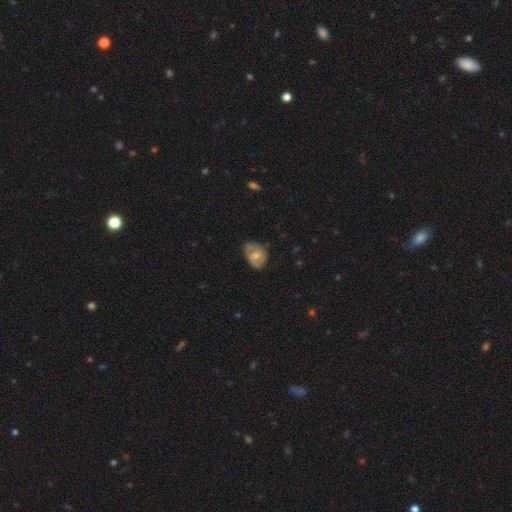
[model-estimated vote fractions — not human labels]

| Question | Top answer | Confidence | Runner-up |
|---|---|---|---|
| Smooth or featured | smooth | 47% | featured or disk (46%) |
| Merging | none | 59% | minor disturbance (30%) |